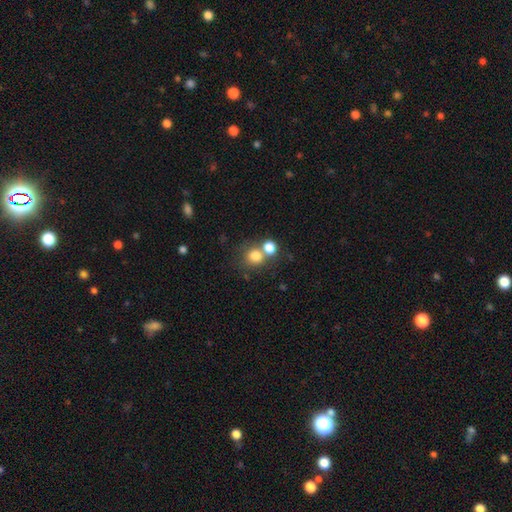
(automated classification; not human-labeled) Smooth or featured? Predicted: smooth (p=0.77). How rounded? Predicted: round (p=0.82). Merging? Predicted: none (p=0.49).